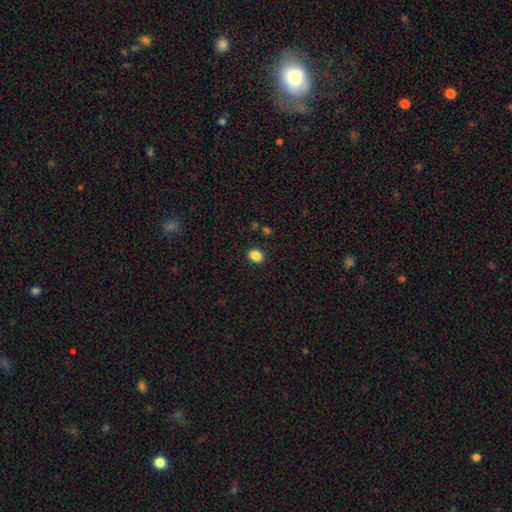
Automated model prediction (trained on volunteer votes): Smooth or featured? Predicted: smooth (p=0.87). How rounded? Predicted: in between (p=0.52). Merging? Predicted: none (p=0.90).